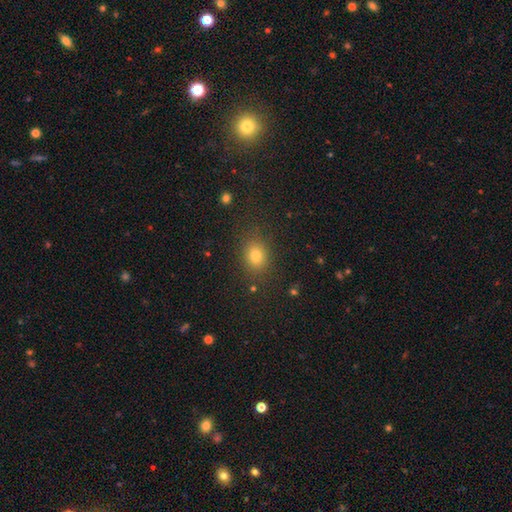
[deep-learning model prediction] Smooth or featured? smooth (78%)
How rounded? round (52%)
Merging? none (84%)